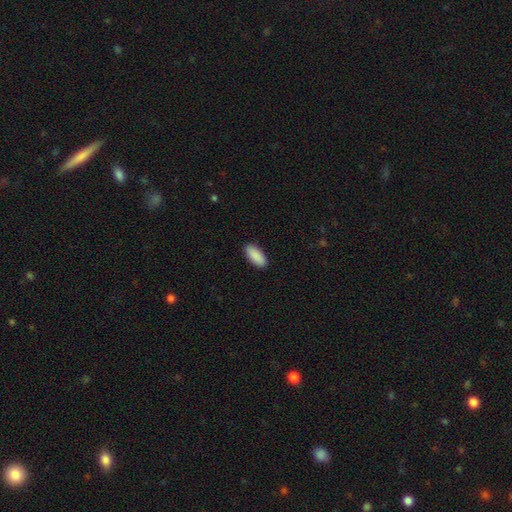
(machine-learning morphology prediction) The model was most divided on "how rounded": in between: 87%, cigar-shaped: 12%, round: 2%. More confident: smooth or featured — smooth (91%); merging — none (90%).